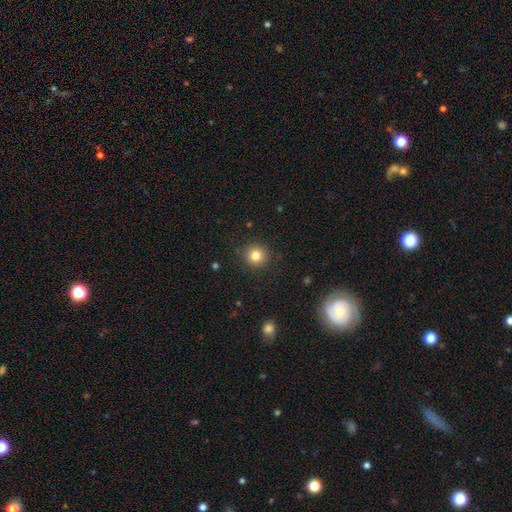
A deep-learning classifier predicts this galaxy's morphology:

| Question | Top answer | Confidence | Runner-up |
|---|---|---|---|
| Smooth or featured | smooth | 82% | star or artifact (12%) |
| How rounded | round | 93% | in between (6%) |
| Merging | none | 90% | minor disturbance (7%) |